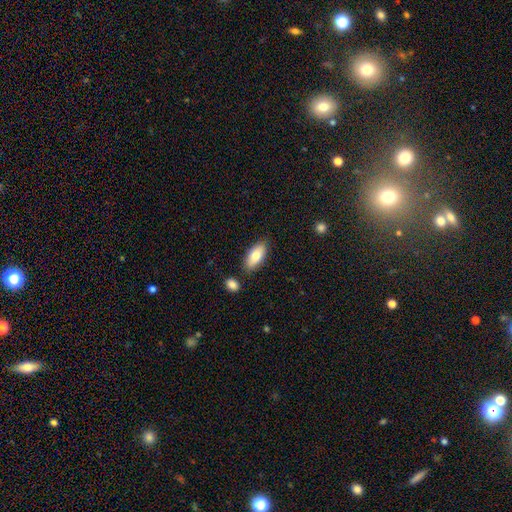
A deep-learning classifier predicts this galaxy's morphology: Smooth or featured? smooth (79%)
How rounded? in between (86%)
Merging? none (81%)